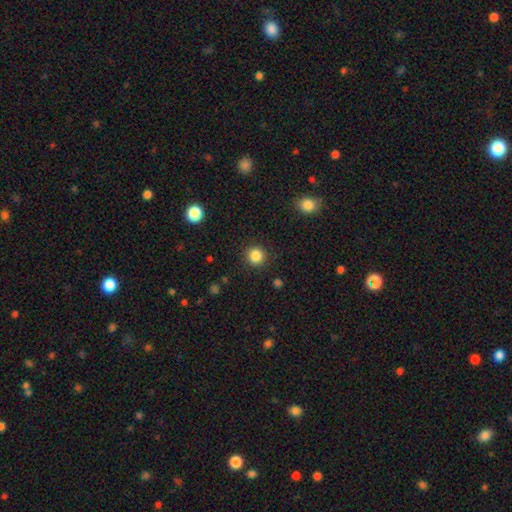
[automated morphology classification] Overall: smooth (85%). How rounded: round (94%). Merging: none (91%).